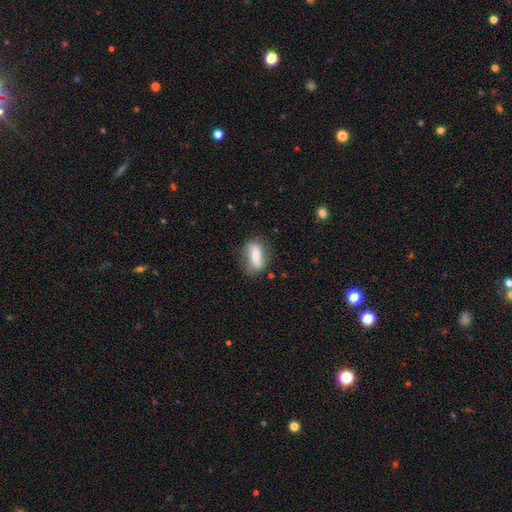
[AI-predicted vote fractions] This is possibly a smooth galaxy (52%). How rounded: likely in between (72%). Merging: likely none (73%).